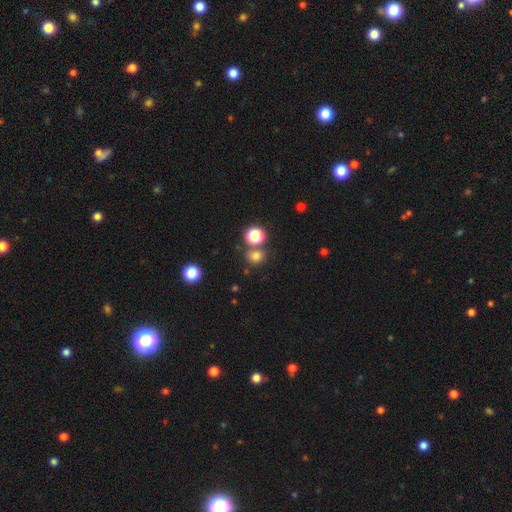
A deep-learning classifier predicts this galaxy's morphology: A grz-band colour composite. It shows a smooth galaxy with no disk features (75%) that is round (82%). Merging: none (69%).